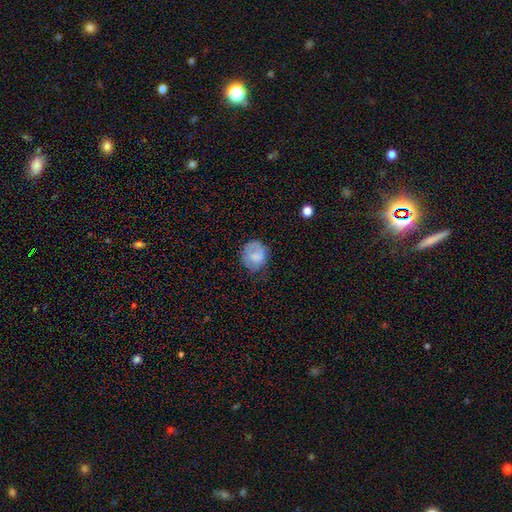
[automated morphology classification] The model was most divided on "merging": none: 62%, minor disturbance: 25%, major disturbance: 12%, merger: 2%. More confident: how rounded — round (78%); smooth or featured — smooth (75%).